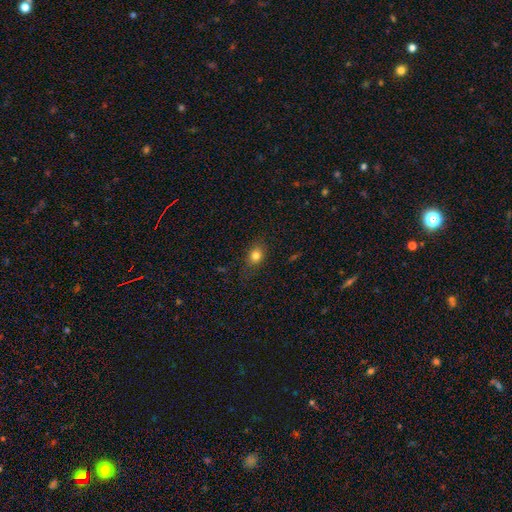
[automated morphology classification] Q: Smooth or featured?
A: smooth (80%); runner-up: star or artifact (11%)
Q: How rounded?
A: in between (63%); runner-up: round (35%)
Q: Merging?
A: none (75%); runner-up: minor disturbance (18%)